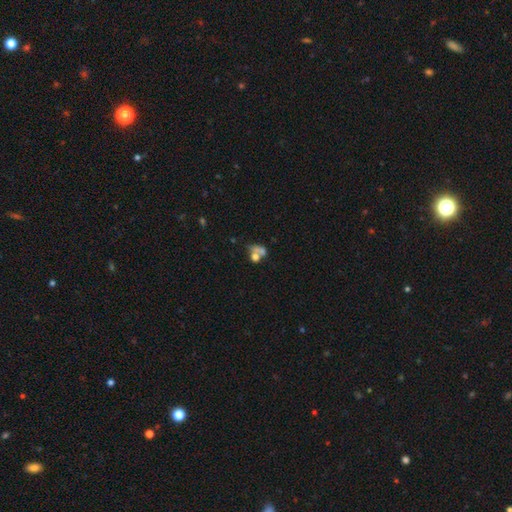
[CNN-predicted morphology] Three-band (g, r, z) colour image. It shows a smooth galaxy with no disk features (60%) that is round (54%). Merging: merger (52%).